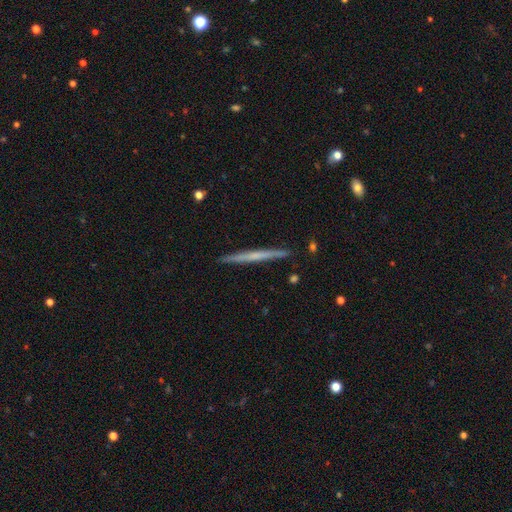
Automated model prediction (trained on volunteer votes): The model was most divided on "smooth or featured": featured or disk: 55%, smooth: 40%, star or artifact: 6%. More confident: edge-on disk — yes (98%); merging — none (91%); edge-on bulge — none (76%).